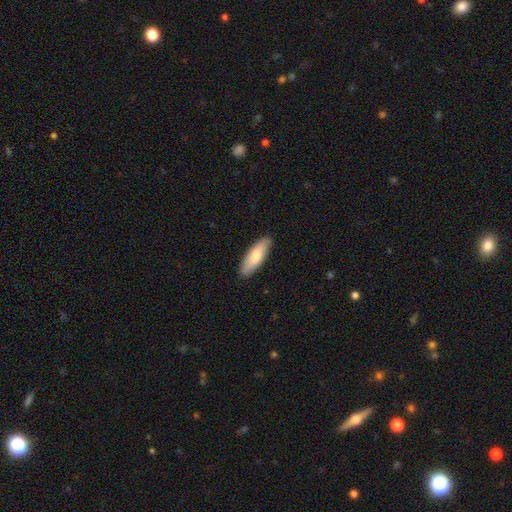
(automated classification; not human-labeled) A smooth galaxy with no disk features (75%) that is in between round and cigar-shaped (58%).

Vote fractions:
- Smooth or featured? smooth: 75% / featured or disk: 20% / star or artifact: 5%
- How rounded? in between: 58% / cigar-shaped: 41% / round: 2%
- Merging? none: 89% / minor disturbance: 9% / major disturbance: 2% / merger: 1%